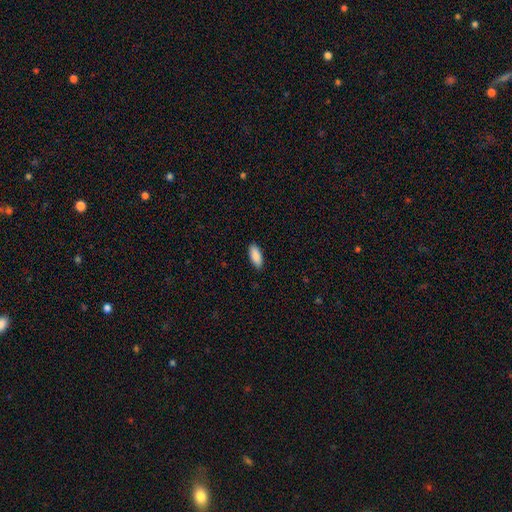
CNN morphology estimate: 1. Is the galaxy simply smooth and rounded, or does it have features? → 90% smooth, 6% star or artifact, 4% featured or disk.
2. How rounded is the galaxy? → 84% in between, 15% cigar-shaped, 2% round.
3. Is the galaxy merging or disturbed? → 89% none, 8% minor disturbance, 2% major disturbance, 1% merger.